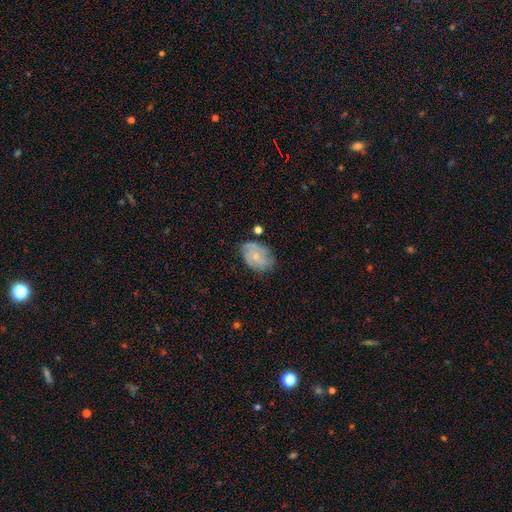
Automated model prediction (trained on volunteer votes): Smooth or featured? Predicted: featured or disk (p=0.62). Edge-on disk? Predicted: no (p=0.97). Bar? Predicted: no (p=0.73). Spiral arms? Predicted: yes (p=0.84). Spiral winding? Predicted: tight (p=0.54). Spiral arm count? Predicted: can't tell (p=0.37). Bulge size? Predicted: small (p=0.65). Merging? Predicted: none (p=0.68).